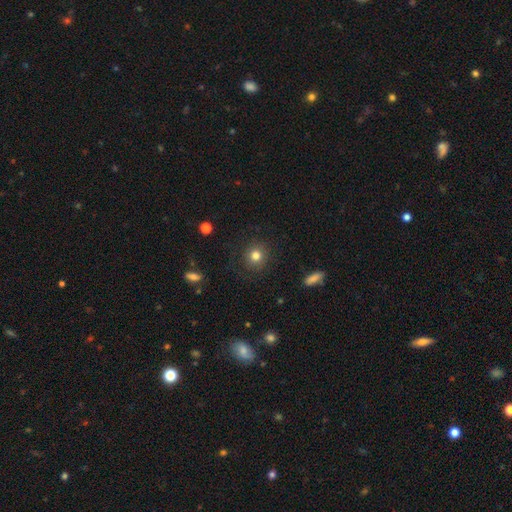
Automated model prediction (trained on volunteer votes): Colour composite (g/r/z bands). It shows a smooth galaxy with no disk features (81%) that is round (89%). Merging: none (86%).